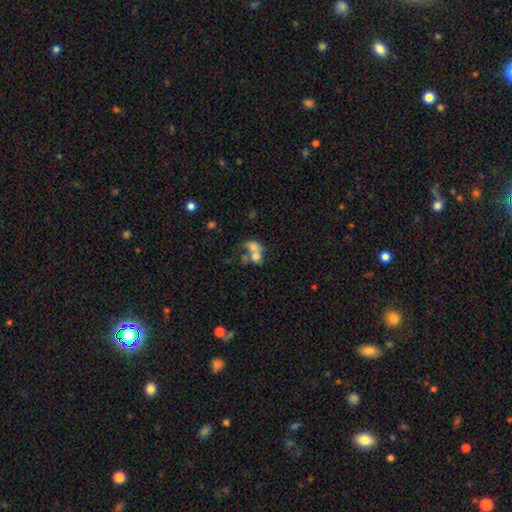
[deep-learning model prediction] Smooth or featured?
  - smooth: 60% *
  - featured or disk: 28%
  - star or artifact: 12%
How rounded?
  - in between: 56% *
  - round: 42%
  - cigar-shaped: 2%
Merging?
  - merger: 69% *
  - none: 14%
  - major disturbance: 10%
  - minor disturbance: 6%